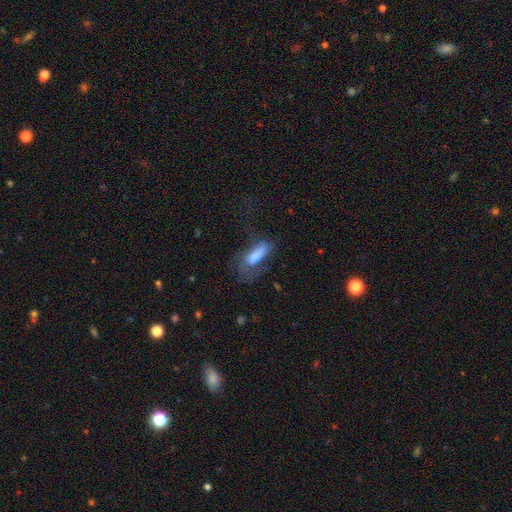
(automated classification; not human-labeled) A smooth galaxy with no disk features (69%) that is in between round and cigar-shaped (57%). Merging: major disturbance (37%).